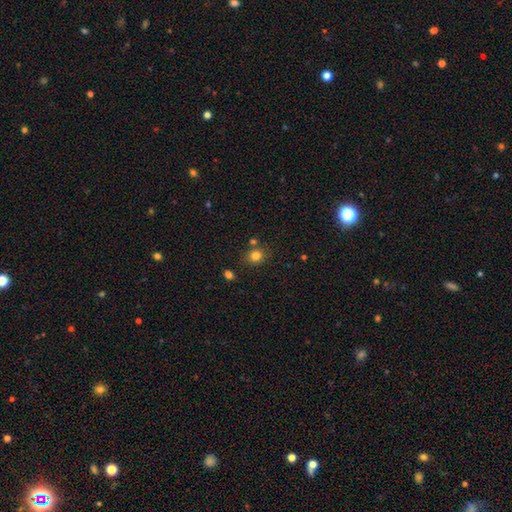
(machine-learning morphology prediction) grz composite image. It shows a smooth galaxy with no disk features (81%) that is round (78%). Merging: none (76%).